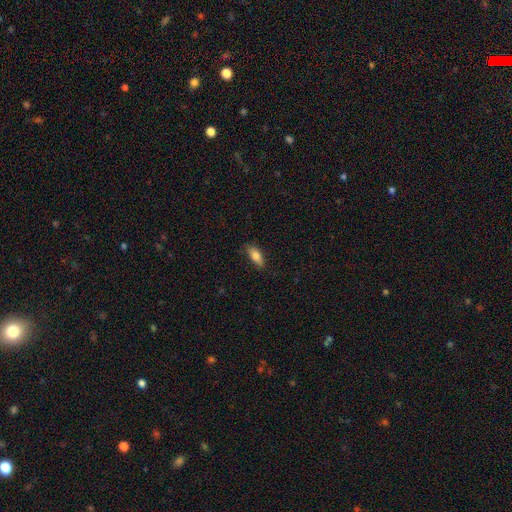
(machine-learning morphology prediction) smooth_or_featured: smooth (p=0.79) [alt: featured or disk p=0.14]
how_rounded: in between (p=0.76) [alt: cigar-shaped p=0.21]
merging: none (p=0.79) [alt: minor disturbance p=0.17]